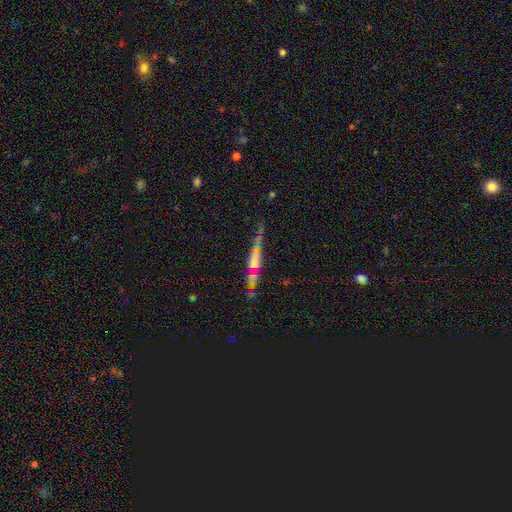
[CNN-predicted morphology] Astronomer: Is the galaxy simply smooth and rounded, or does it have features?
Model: featured or disk — 61%.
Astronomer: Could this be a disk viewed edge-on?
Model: yes — 74%.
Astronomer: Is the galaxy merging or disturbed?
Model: none — 53%.